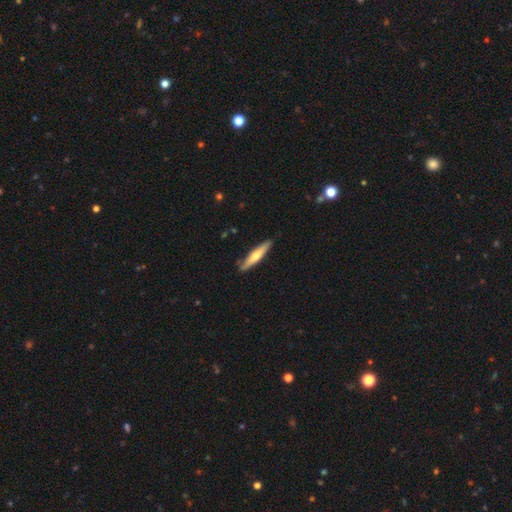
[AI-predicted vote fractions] smooth-or-featured: smooth: 50% | featured or disk: 45% | star or artifact: 5%
  how-rounded: cigar-shaped: 88% | in between: 11% | round: 1%
  merging: none: 86% | minor disturbance: 11% | major disturbance: 2% | merger: 2%